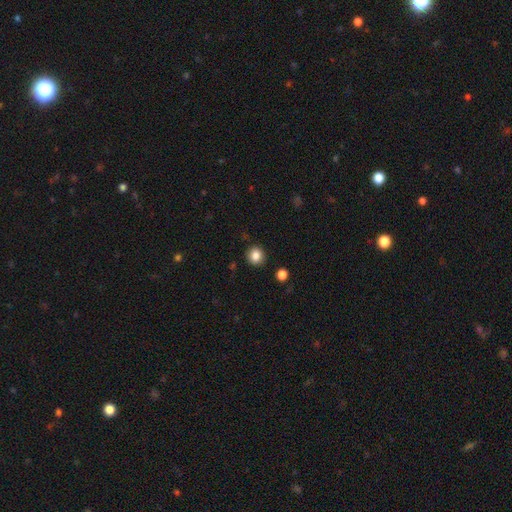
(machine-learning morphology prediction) A smooth galaxy with no disk features (85%) that is round (88%).

Vote fractions:
- Smooth or featured? smooth: 85% / star or artifact: 10% / featured or disk: 5%
- How rounded? round: 88% / in between: 11% / cigar-shaped: 1%
- Merging? none: 90% / minor disturbance: 6% / major disturbance: 2% / merger: 2%